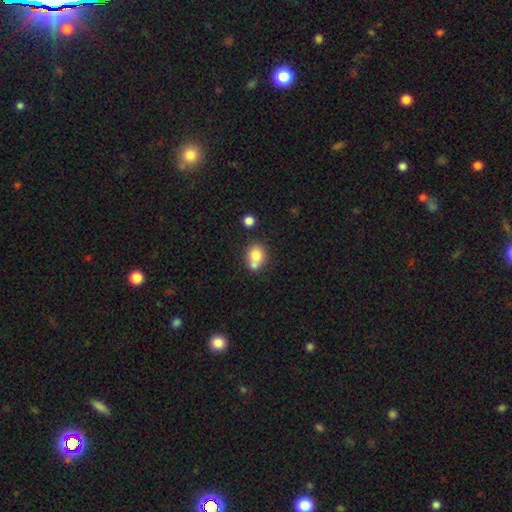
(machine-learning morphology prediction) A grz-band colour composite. It shows a smooth galaxy with no disk features (77%) that is round (62%). Merging: none (43%).